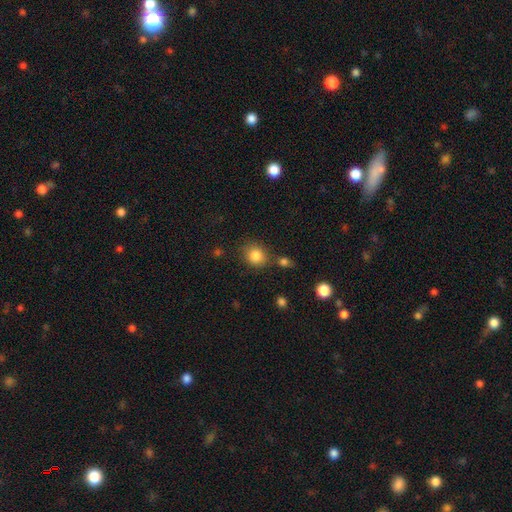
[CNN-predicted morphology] The model was most divided on "how rounded": round: 77%, in between: 22%, cigar-shaped: 1%. More confident: smooth or featured — smooth (84%); merging — none (73%).